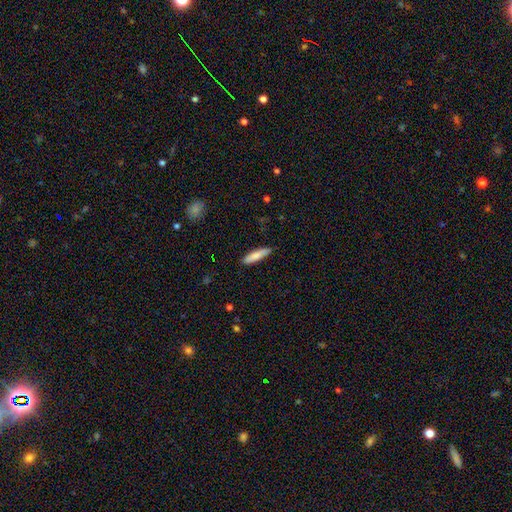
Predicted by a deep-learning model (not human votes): smooth-or-featured: smooth: 79% | featured or disk: 16% | star or artifact: 6%
  how-rounded: cigar-shaped: 78% | in between: 21% | round: 1%
  merging: none: 88% | minor disturbance: 10% | major disturbance: 2% | merger: 1%